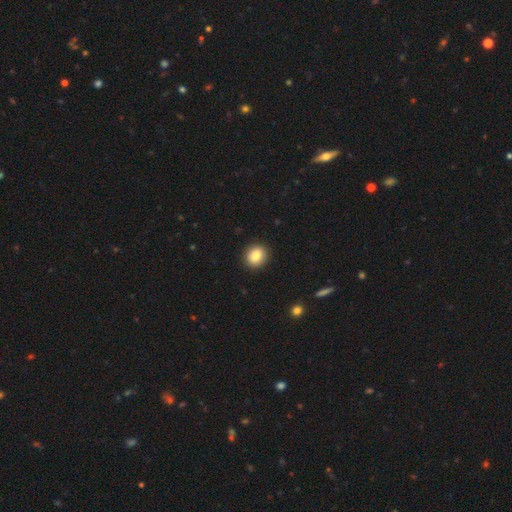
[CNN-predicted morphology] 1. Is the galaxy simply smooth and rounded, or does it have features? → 85% smooth, 9% star or artifact, 6% featured or disk.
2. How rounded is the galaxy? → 78% round, 21% in between, 1% cigar-shaped.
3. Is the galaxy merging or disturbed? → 92% none, 6% minor disturbance, 2% major disturbance, 1% merger.